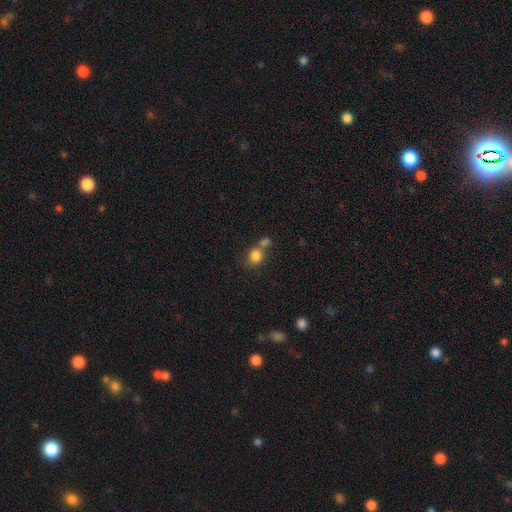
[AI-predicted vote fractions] A smooth galaxy with no disk features (82%) that is round (71%). Merging: none (44%).